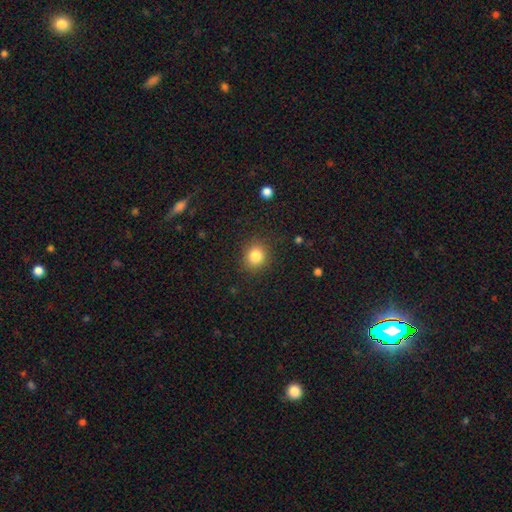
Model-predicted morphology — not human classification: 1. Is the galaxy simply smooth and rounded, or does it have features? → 83% smooth, 11% star or artifact, 6% featured or disk.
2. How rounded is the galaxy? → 81% round, 18% in between, 1% cigar-shaped.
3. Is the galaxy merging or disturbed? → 88% none, 8% minor disturbance, 3% major disturbance, 1% merger.